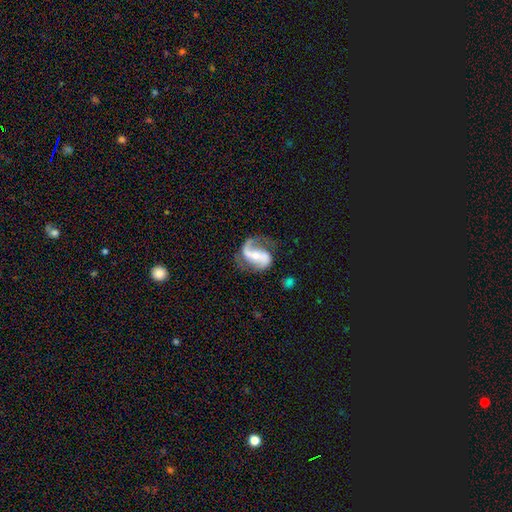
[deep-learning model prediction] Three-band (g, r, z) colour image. It shows a featured or disk galaxy (87%) with a weak bar (34%, tied with strong), 2 (83%) loose (49%) spiral arms (96%) and a small central bulge (48%). Merging: none (64%).